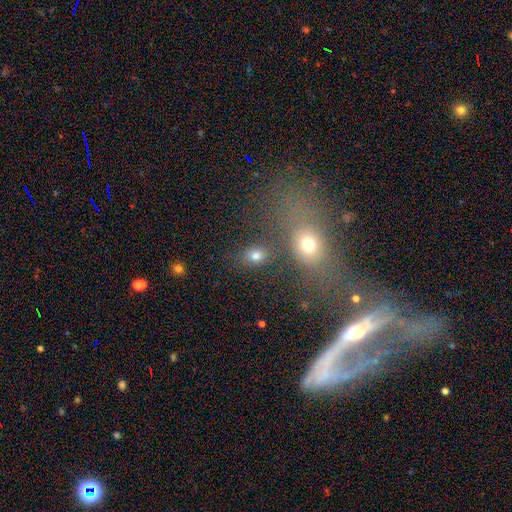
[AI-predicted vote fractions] Q: Smooth or featured?
A: smooth (76%); runner-up: star or artifact (15%)
Q: How rounded?
A: in between (61%); runner-up: round (37%)
Q: Merging?
A: none (72%); runner-up: merger (11%)